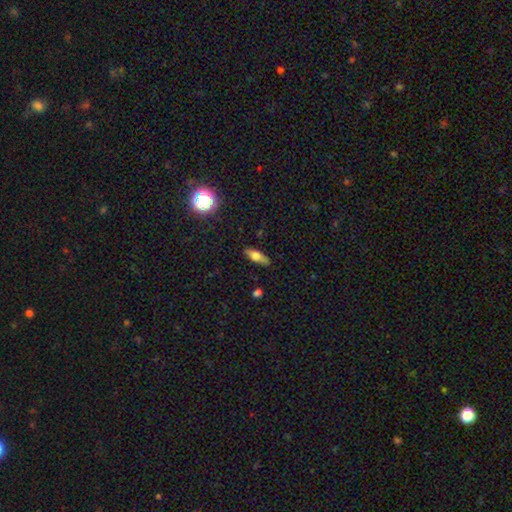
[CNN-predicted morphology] smooth_or_featured: smooth (p=0.62) [alt: featured or disk p=0.29]
how_rounded: in between (p=0.61) [alt: cigar-shaped p=0.35]
merging: none (p=0.84) [alt: minor disturbance p=0.12]